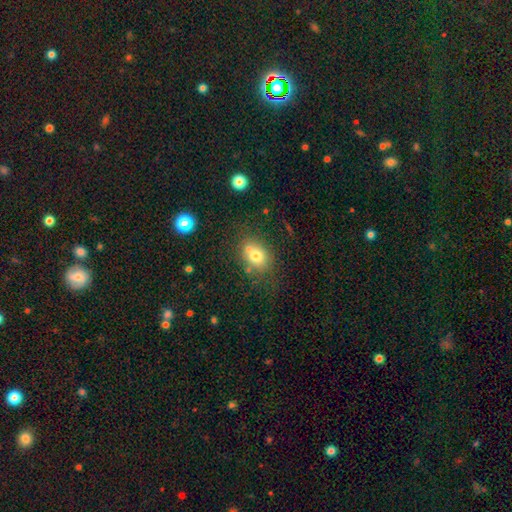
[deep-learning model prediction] The model was most divided on "how rounded": in between: 56%, round: 43%, cigar-shaped: 1%. More confident: smooth or featured — smooth (71%); merging — none (57%).